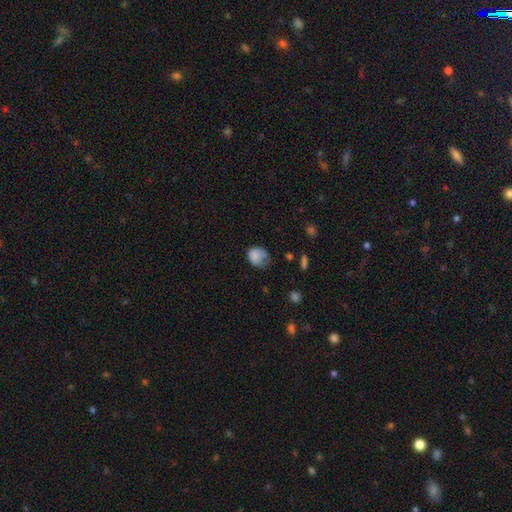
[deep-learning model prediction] This is clearly a smooth galaxy (81%). How rounded: possibly round (58%). Merging: marginally minor disturbance (39%).